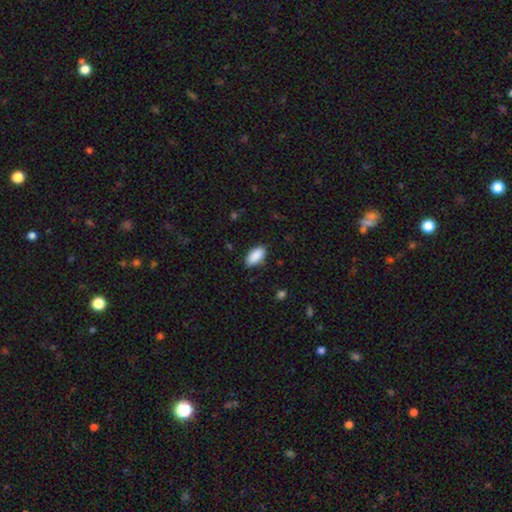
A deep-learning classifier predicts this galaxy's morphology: This is clearly a smooth galaxy (90%). How rounded: clearly in between (93%). Merging: clearly none (86%).